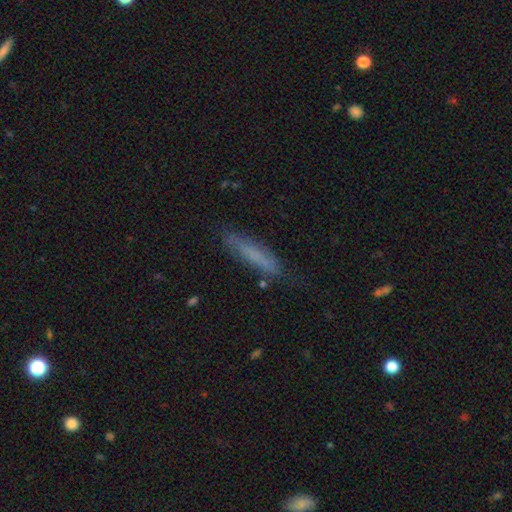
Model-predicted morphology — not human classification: Smooth or featured?
  - smooth: 65% *
  - featured or disk: 26%
  - star or artifact: 9%
How rounded?
  - cigar-shaped: 87% *
  - in between: 12%
  - round: 2%
Merging?
  - none: 79% *
  - minor disturbance: 16%
  - major disturbance: 4%
  - merger: 2%